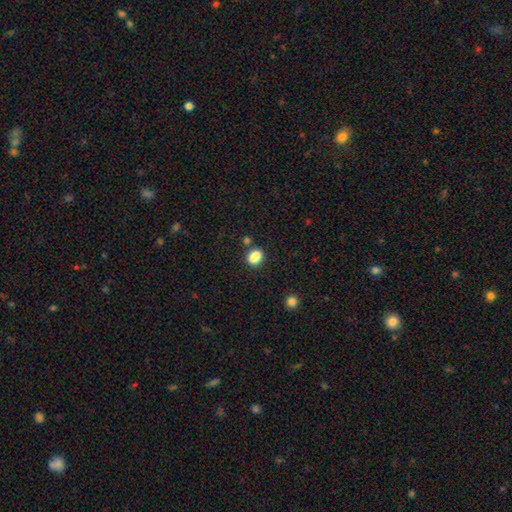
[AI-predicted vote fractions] A smooth galaxy with no disk features (86%) that is in between round and cigar-shaped (59%).

Vote fractions:
- Smooth or featured? smooth: 86% / star or artifact: 10% / featured or disk: 4%
- How rounded? in between: 59% / round: 40% / cigar-shaped: 1%
- Merging? none: 76% / minor disturbance: 12% / merger: 8% / major disturbance: 3%